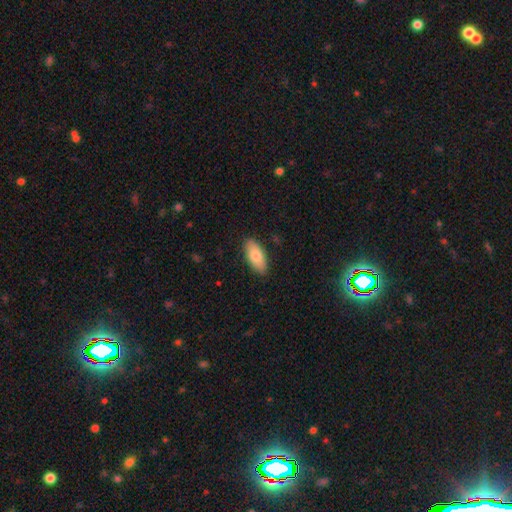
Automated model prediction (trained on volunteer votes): This appears to be a smooth galaxy with no disk features (81%) that is in between round and cigar-shaped (87%). Merging: none (87%).